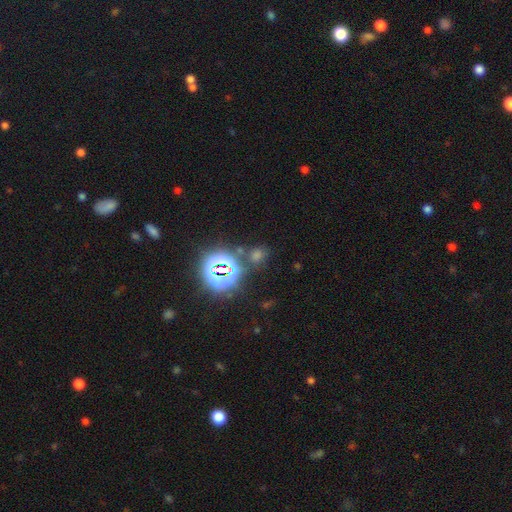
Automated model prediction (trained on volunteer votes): Smooth or featured? Predicted: star or artifact (p=0.60).